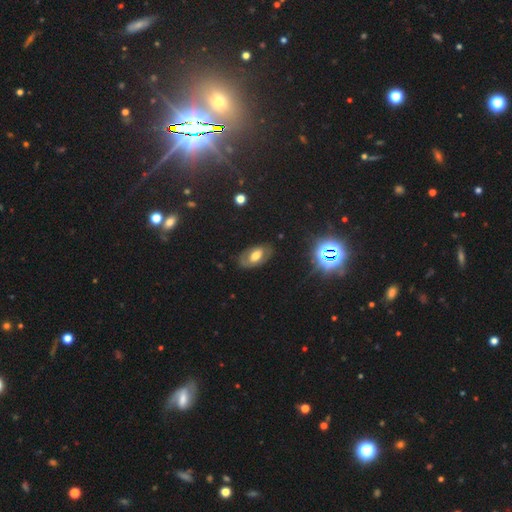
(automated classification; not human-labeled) smooth_or_featured: featured or disk (p=0.45) [alt: smooth p=0.42]
merging: none (p=0.78) [alt: minor disturbance p=0.15]